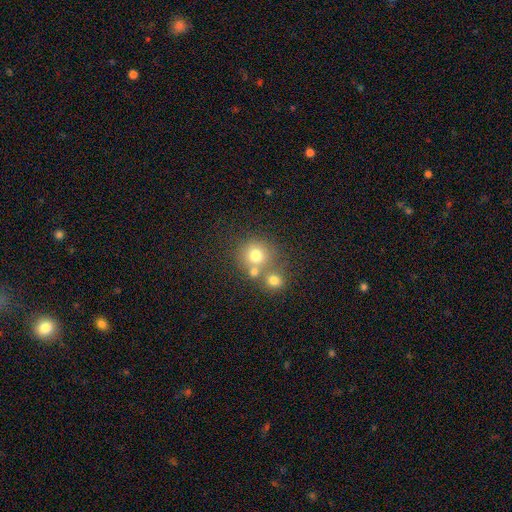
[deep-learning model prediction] smooth-or-featured: smooth: 71% | star or artifact: 15% | featured or disk: 14%
  how-rounded: round: 88% | in between: 11% | cigar-shaped: 1%
  merging: none: 52% | merger: 35% | minor disturbance: 9% | major disturbance: 4%